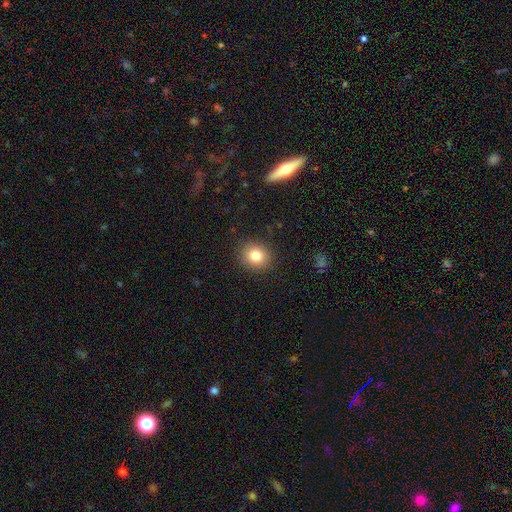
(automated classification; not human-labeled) smooth 82%, star or artifact 10%, featured or disk 7%. Down the decision tree: how rounded — round (74%); merging — none (89%).